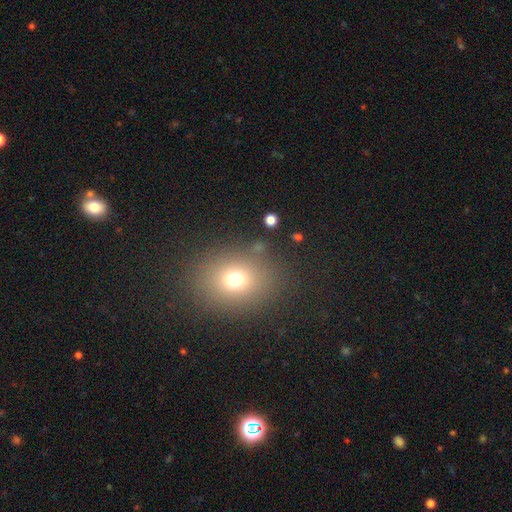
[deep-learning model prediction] A smooth galaxy with no disk features (68%) that is round (53%).

Vote fractions:
- Smooth or featured? smooth: 68% / star or artifact: 20% / featured or disk: 11%
- How rounded? round: 53% / in between: 46% / cigar-shaped: 1%
- Merging? none: 86% / minor disturbance: 8% / major disturbance: 3% / merger: 2%